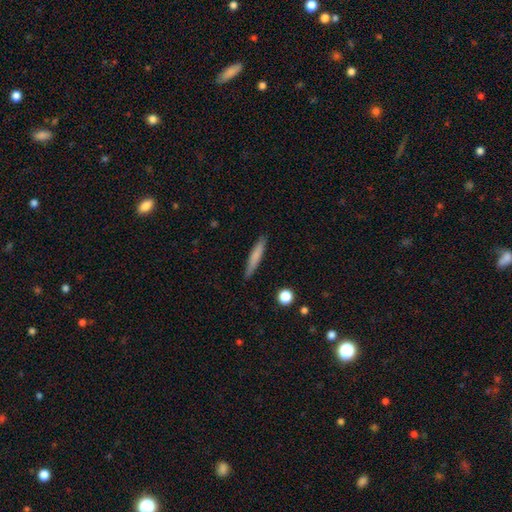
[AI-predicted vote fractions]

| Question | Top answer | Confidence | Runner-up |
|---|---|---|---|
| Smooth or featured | smooth | 72% | featured or disk (22%) |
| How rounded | cigar-shaped | 93% | in between (6%) |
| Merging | none | 88% | minor disturbance (9%) |